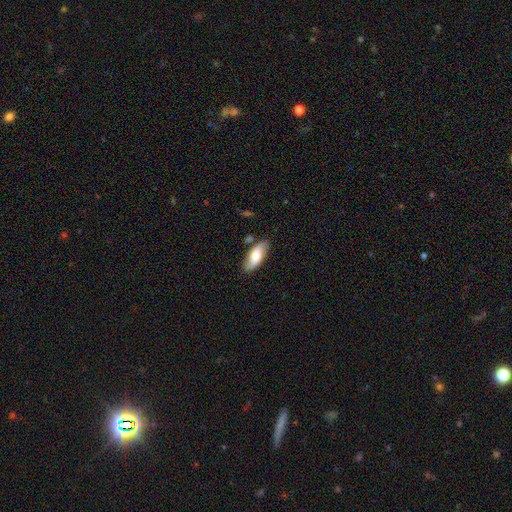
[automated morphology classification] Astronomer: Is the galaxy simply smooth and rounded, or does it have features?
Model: smooth — 61%.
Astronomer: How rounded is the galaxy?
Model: in between — 80%.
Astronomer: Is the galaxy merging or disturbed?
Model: none — 79%.